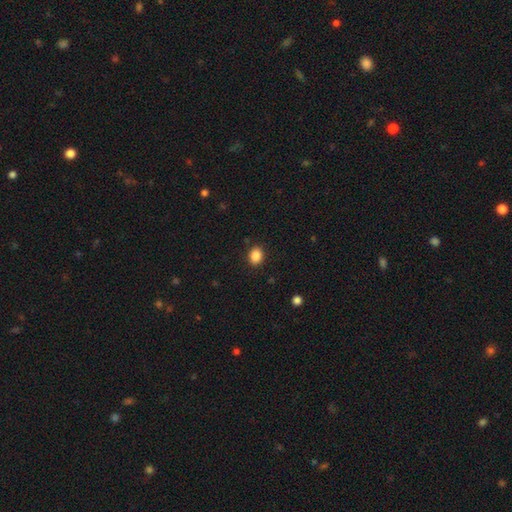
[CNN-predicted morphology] smooth 88%, star or artifact 9%, featured or disk 3%. Down the decision tree: how rounded — in between (58%); merging — none (89%).